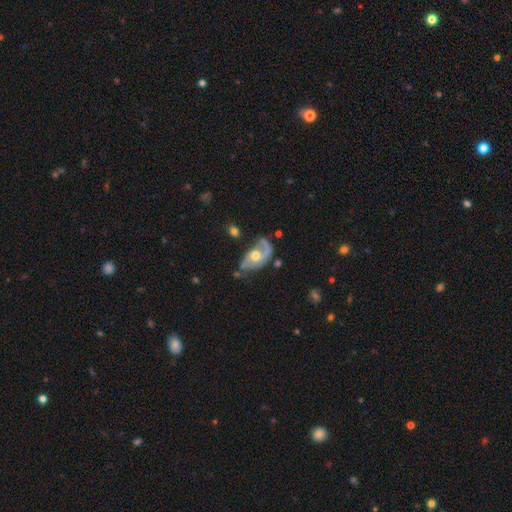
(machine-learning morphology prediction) Smooth or featured? featured or disk (78%)
Edge-on disk? no (96%)
Bar? no (71%)
Spiral arms? yes (89%)
Spiral winding? loose (40%, tied with medium)
Spiral arm count? 2 (64%)
Bulge size? moderate (72%)
Merging? none (44%)